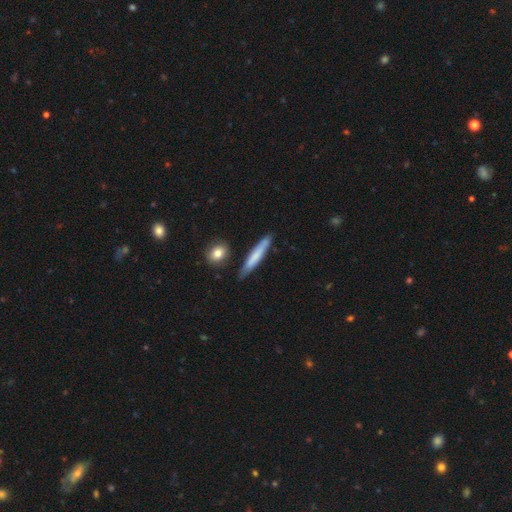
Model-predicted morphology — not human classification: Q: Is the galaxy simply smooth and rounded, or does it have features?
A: smooth — 67%.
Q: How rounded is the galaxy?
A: cigar-shaped — 93%.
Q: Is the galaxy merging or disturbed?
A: none — 81%.